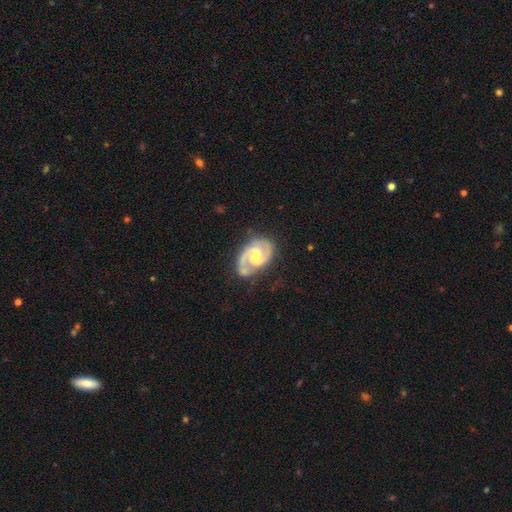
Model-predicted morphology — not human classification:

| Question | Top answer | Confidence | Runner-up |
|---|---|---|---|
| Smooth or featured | featured or disk | 90% | smooth (6%) |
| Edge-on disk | no | 98% | yes (2%) |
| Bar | weak | 53% | strong (27%) |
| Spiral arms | yes | 97% | no (3%) |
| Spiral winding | medium | 58% | tight (28%) |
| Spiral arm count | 2 | 93% | can't tell (2%) |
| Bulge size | moderate | 57% | large (21%) |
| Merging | none | 75% | minor disturbance (17%) |